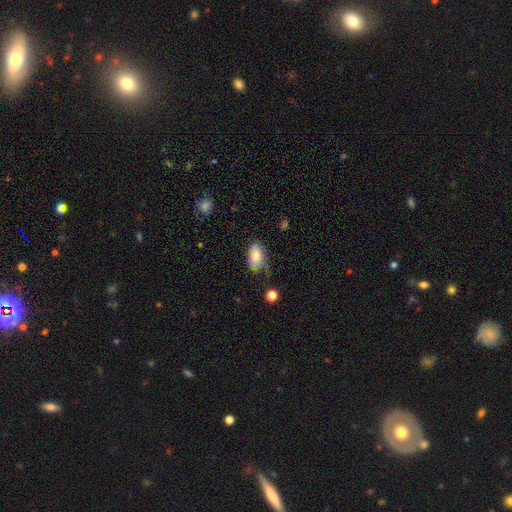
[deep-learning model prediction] A smooth galaxy with no disk features (75%) that is in between round and cigar-shaped (91%). Merging: none (53%).